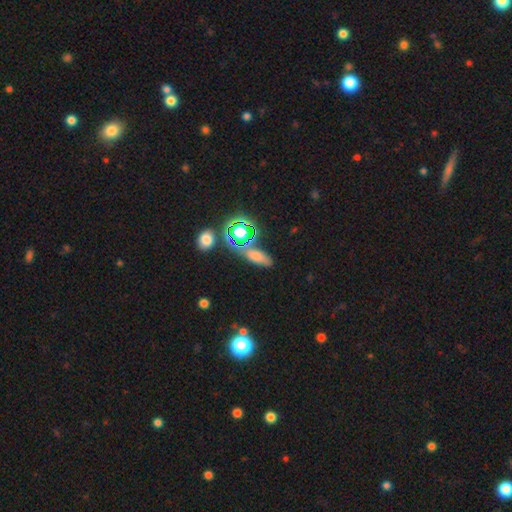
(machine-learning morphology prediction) smooth-or-featured: smooth: 59% | star or artifact: 29% | featured or disk: 12%
  how-rounded: in between: 60% | cigar-shaped: 27% | round: 14%
  merging: none: 70% | minor disturbance: 14% | merger: 10% | major disturbance: 5%